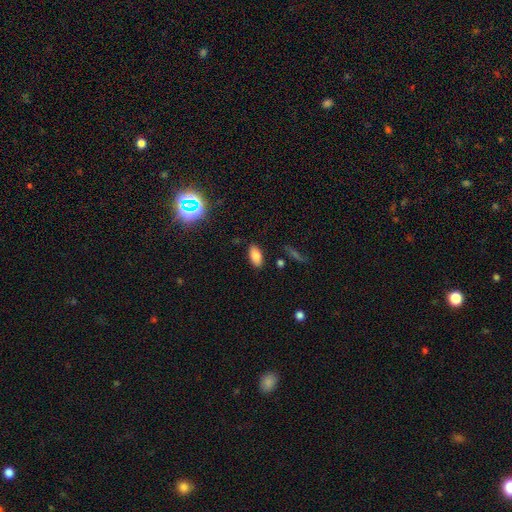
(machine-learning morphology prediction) type=smooth (82%); roundness=in between (92%); merging=none (86%).